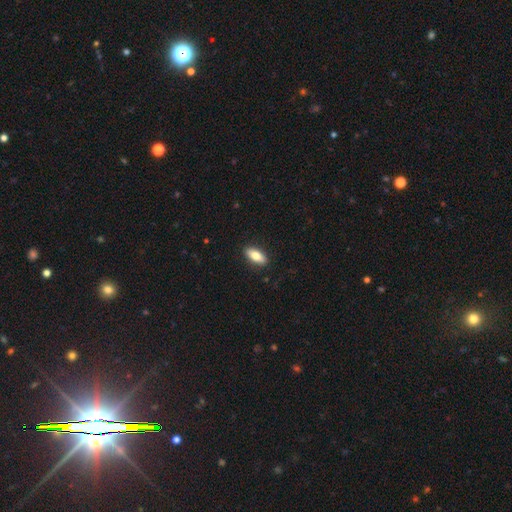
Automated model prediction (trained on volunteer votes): Q: Smooth or featured?
A: smooth (79%); runner-up: featured or disk (15%)
Q: How rounded?
A: in between (83%); runner-up: cigar-shaped (14%)
Q: Merging?
A: none (89%); runner-up: minor disturbance (8%)